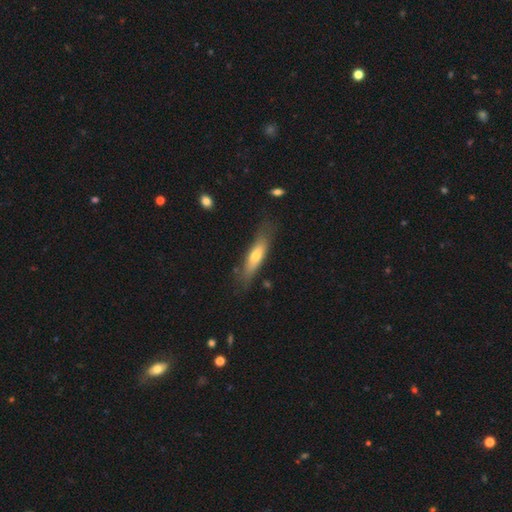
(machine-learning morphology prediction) Smooth or featured?
  - smooth: 60% *
  - featured or disk: 33%
  - star or artifact: 6%
How rounded?
  - cigar-shaped: 65% *
  - in between: 33%
  - round: 2%
Merging?
  - none: 74% *
  - minor disturbance: 18%
  - major disturbance: 6%
  - merger: 2%